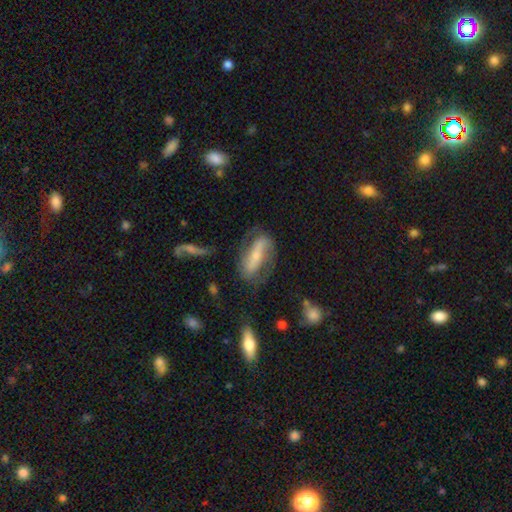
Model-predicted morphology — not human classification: Smooth or featured?
  - featured or disk: 65% *
  - smooth: 28%
  - star or artifact: 7%
Edge-on disk?
  - no: 83% *
  - yes: 17%
Bar?
  - strong: 58% *
  - no: 21%
  - weak: 21%
Spiral arms?
  - yes: 77% *
  - no: 23%
Bulge size?
  - small: 59% *
  - moderate: 30%
  - none: 5%
  - large: 4%
  - dominant: 2%
Merging?
  - none: 64% *
  - minor disturbance: 19%
  - major disturbance: 14%
  - merger: 3%